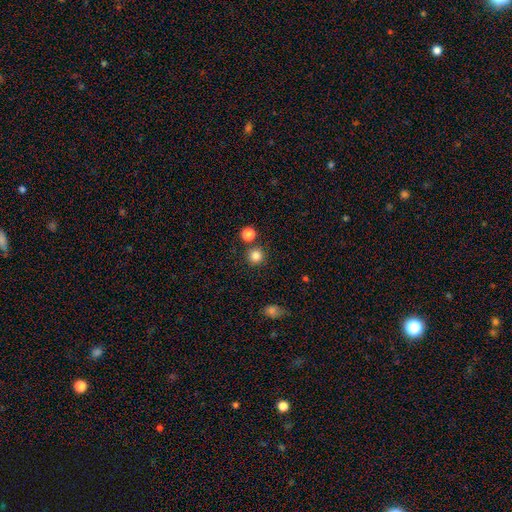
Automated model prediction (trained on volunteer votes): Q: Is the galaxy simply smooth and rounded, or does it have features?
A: smooth — 83%.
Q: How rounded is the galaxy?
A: round — 95%.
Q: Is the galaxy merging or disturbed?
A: none — 84%.